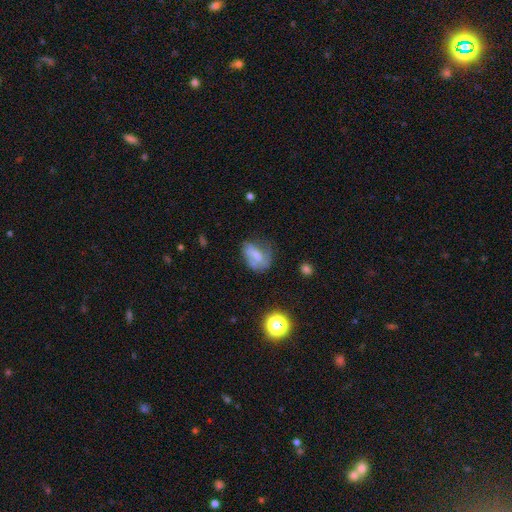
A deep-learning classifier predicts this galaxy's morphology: type=smooth (52%); roundness=in between (75%); merging=none (39%).